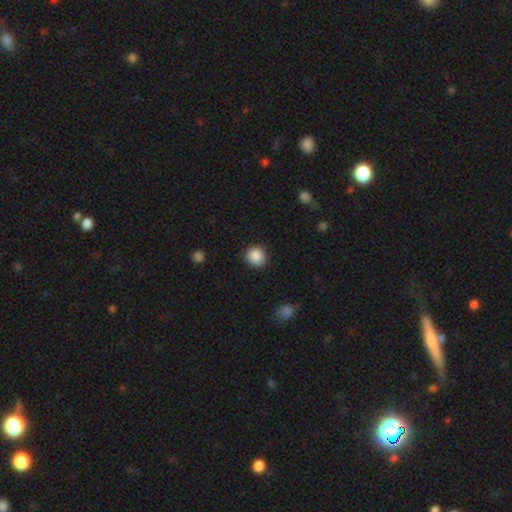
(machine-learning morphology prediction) A smooth galaxy with no disk features (88%) that is round (90%).

Vote fractions:
- Smooth or featured? smooth: 88% / star or artifact: 9% / featured or disk: 3%
- How rounded? round: 90% / in between: 9% / cigar-shaped: 1%
- Merging? none: 88% / minor disturbance: 8% / major disturbance: 2% / merger: 1%